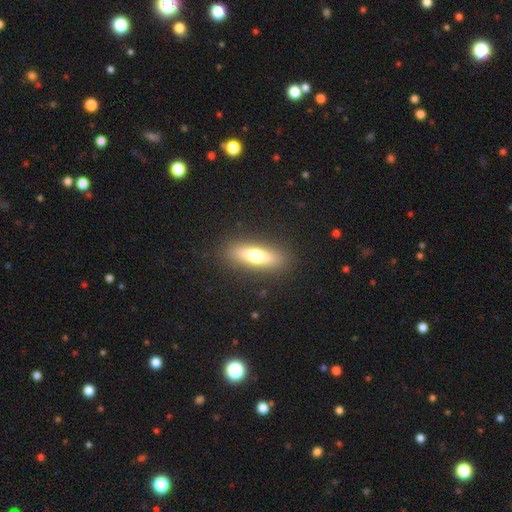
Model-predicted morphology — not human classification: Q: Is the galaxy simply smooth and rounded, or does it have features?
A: smooth — 62%.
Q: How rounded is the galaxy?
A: cigar-shaped — 57%.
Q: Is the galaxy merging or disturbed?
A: none — 88%.